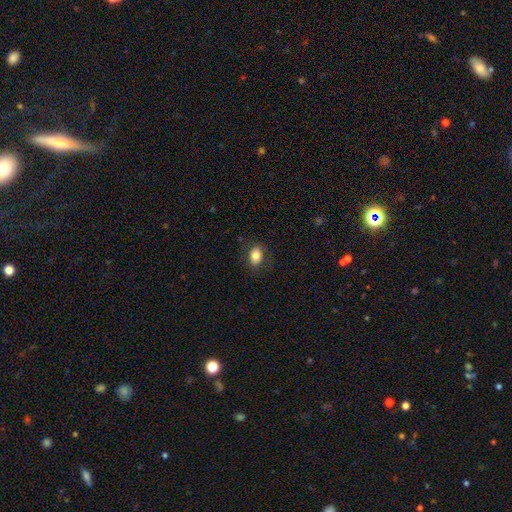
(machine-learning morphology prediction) Q: Smooth or featured?
A: smooth (81%); runner-up: featured or disk (10%)
Q: How rounded?
A: in between (73%); runner-up: round (26%)
Q: Merging?
A: none (84%); runner-up: minor disturbance (11%)